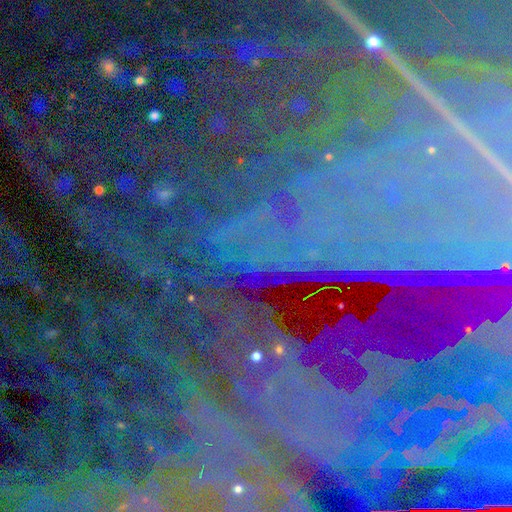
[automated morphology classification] Q: Smooth or featured?
A: star or artifact (86%); runner-up: featured or disk (8%)